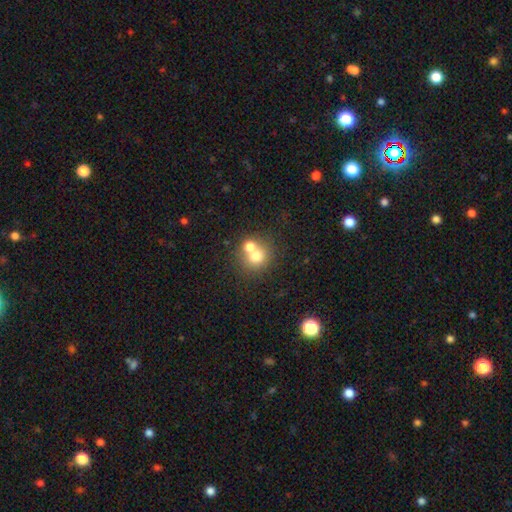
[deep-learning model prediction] Smooth or featured: smooth — 69% (featured or disk — 17%)
How rounded: round — 83% (in between — 16%)
Merging: merger — 46% (none — 45%)